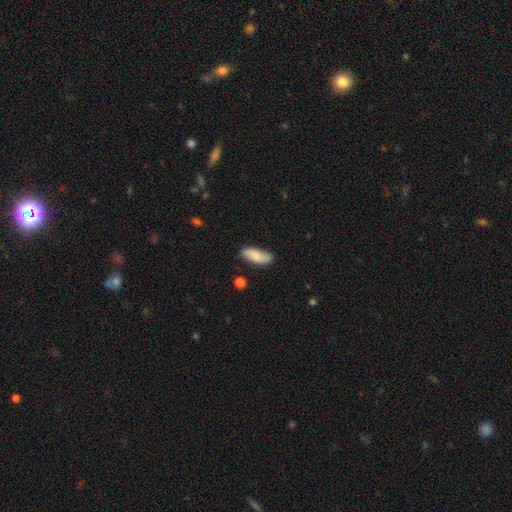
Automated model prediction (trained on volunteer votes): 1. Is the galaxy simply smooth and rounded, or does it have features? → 72% smooth, 22% featured or disk, 6% star or artifact.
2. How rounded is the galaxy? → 79% in between, 19% cigar-shaped, 3% round.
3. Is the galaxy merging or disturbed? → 77% none, 18% minor disturbance, 3% major disturbance, 2% merger.